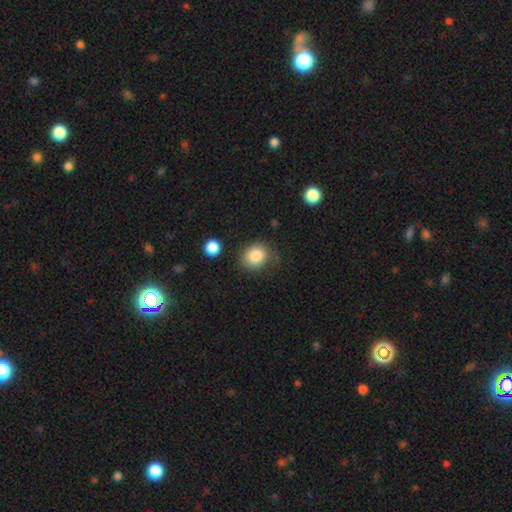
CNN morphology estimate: smooth_or_featured: smooth (p=0.85) [alt: star or artifact p=0.09]
how_rounded: round (p=0.71) [alt: in between p=0.28]
merging: none (p=0.72) [alt: minor disturbance p=0.19]